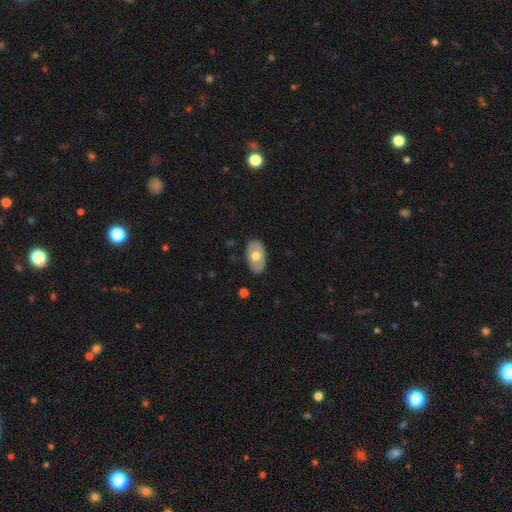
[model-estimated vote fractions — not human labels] Smooth or featured? Predicted: smooth (p=0.53). How rounded? Predicted: in between (p=0.90). Merging? Predicted: none (p=0.83).